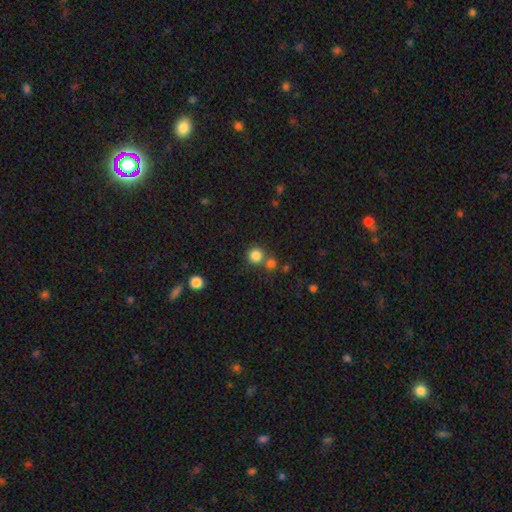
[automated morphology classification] smooth-or-featured: smooth: 83% | star or artifact: 12% | featured or disk: 5%
  how-rounded: round: 92% | in between: 7% | cigar-shaped: 1%
  merging: none: 68% | merger: 21% | minor disturbance: 8% | major disturbance: 3%